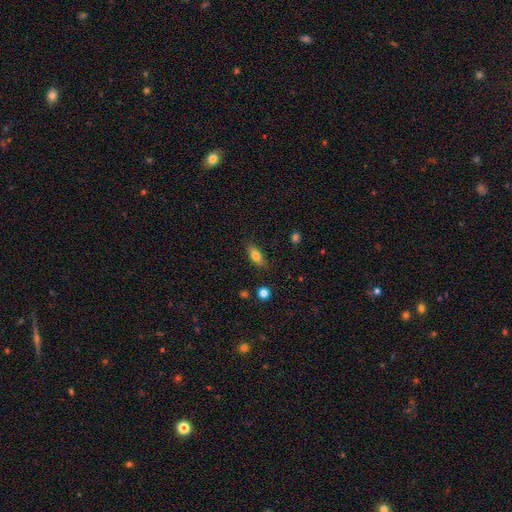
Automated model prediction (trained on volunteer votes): A smooth galaxy with no disk features (77%) that is in between round and cigar-shaped (78%). Merging: none (82%).